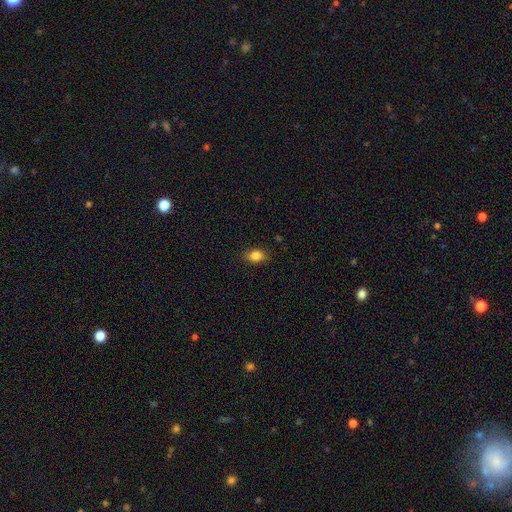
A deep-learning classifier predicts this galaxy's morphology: Smooth or featured?
  - smooth: 85% *
  - star or artifact: 10%
  - featured or disk: 6%
How rounded?
  - in between: 69% *
  - round: 29%
  - cigar-shaped: 2%
Merging?
  - none: 86% *
  - minor disturbance: 11%
  - major disturbance: 2%
  - merger: 1%